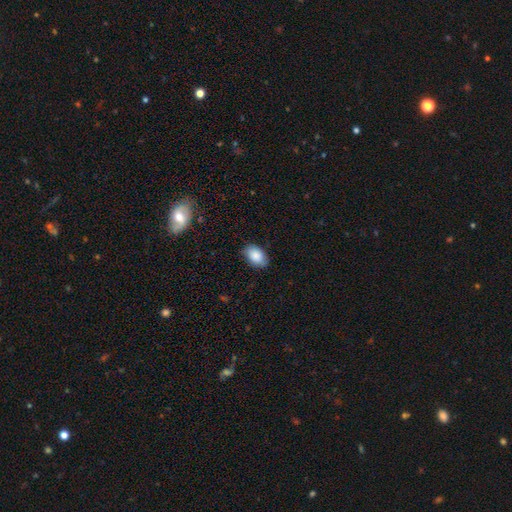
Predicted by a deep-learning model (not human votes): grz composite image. It shows a smooth galaxy with no disk features (86%) that is in between round and cigar-shaped (90%). Merging: none (81%).